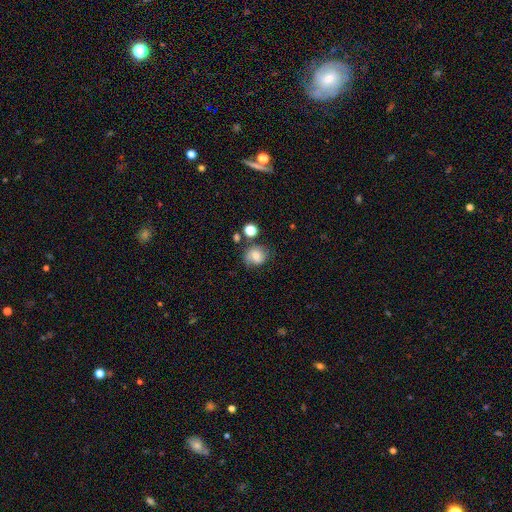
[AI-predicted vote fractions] Morphology: type=smooth (68%); roundness=round (66%); merging=none (62%).